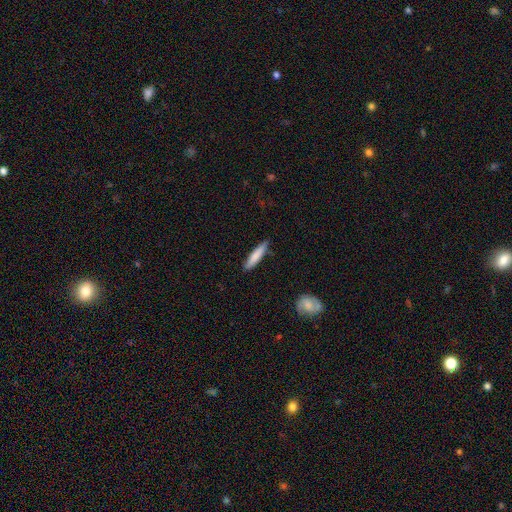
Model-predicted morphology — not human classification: The model was most divided on "merging": none: 81%, minor disturbance: 15%, major disturbance: 2%, merger: 2%. More confident: how rounded — cigar-shaped (86%); smooth or featured — smooth (80%).